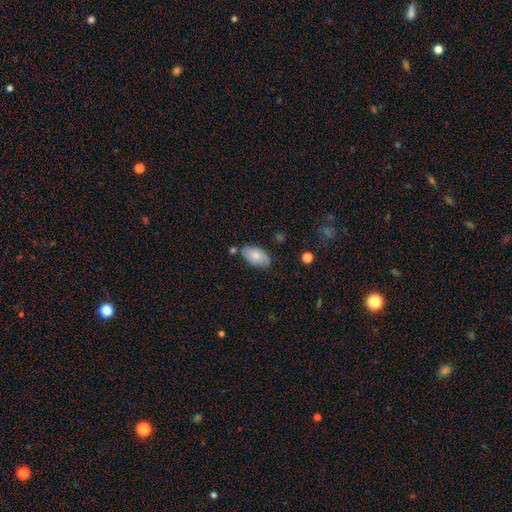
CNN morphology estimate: Q: Smooth or featured?
A: smooth (76%); runner-up: featured or disk (17%)
Q: How rounded?
A: in between (94%); runner-up: round (4%)
Q: Merging?
A: none (72%); runner-up: minor disturbance (19%)